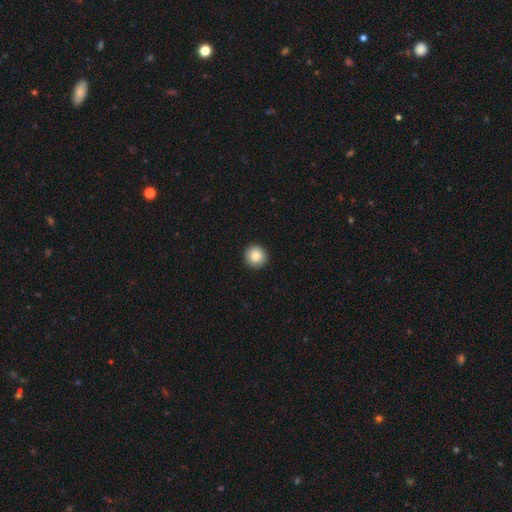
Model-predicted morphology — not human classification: A smooth galaxy with no disk features (88%) that is round (94%).

Vote fractions:
- Smooth or featured? smooth: 88% / star or artifact: 8% / featured or disk: 4%
- How rounded? round: 94% / in between: 5% / cigar-shaped: 1%
- Merging? none: 92% / minor disturbance: 5% / major disturbance: 2% / merger: 1%